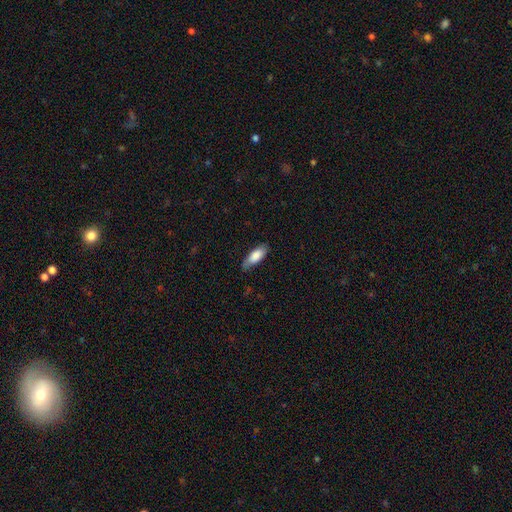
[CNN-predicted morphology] type=smooth (81%); roundness=in between (75%); merging=none (71%).